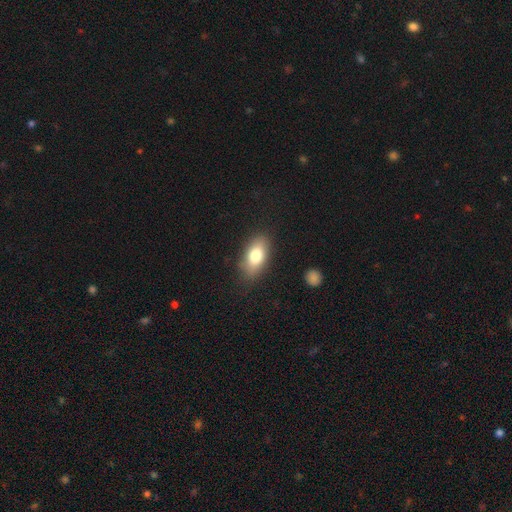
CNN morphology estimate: The model was most divided on "smooth or featured": smooth: 78%, featured or disk: 15%, star or artifact: 7%. More confident: how rounded — in between (87%); merging — none (83%).